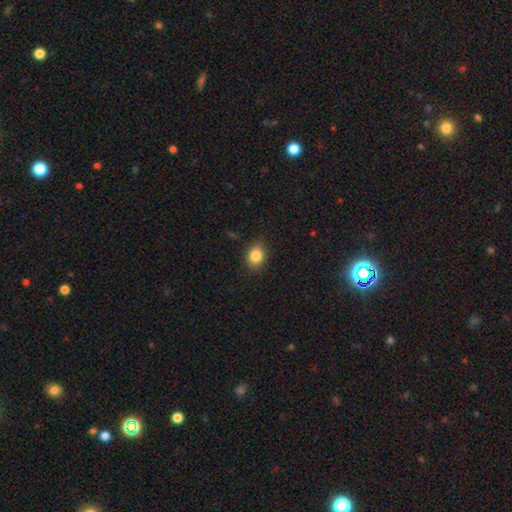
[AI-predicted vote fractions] smooth-or-featured: smooth: 85% | star or artifact: 9% | featured or disk: 6%
  how-rounded: in between: 60% | round: 38% | cigar-shaped: 1%
  merging: none: 87% | minor disturbance: 10% | major disturbance: 2% | merger: 1%